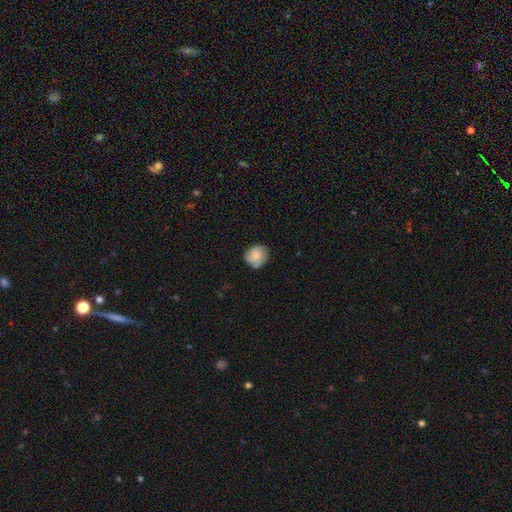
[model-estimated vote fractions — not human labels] smooth_or_featured: smooth (p=0.67) [alt: featured or disk p=0.25]
how_rounded: round (p=0.72) [alt: in between p=0.27]
merging: none (p=0.65) [alt: minor disturbance p=0.25]